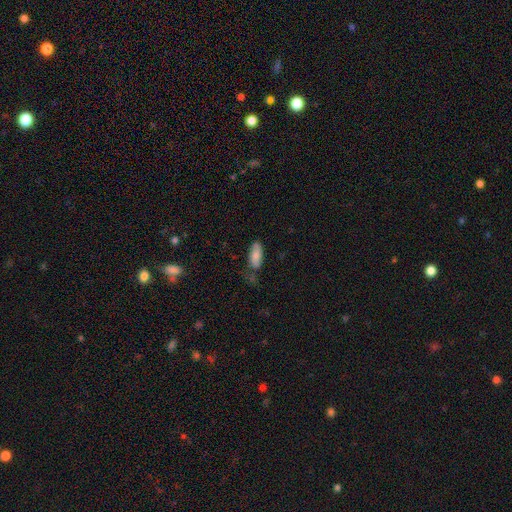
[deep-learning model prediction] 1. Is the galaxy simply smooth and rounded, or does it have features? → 80% smooth, 13% featured or disk, 7% star or artifact.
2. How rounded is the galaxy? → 82% in between, 16% cigar-shaped, 2% round.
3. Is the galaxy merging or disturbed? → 56% none, 28% minor disturbance, 9% major disturbance, 6% merger.